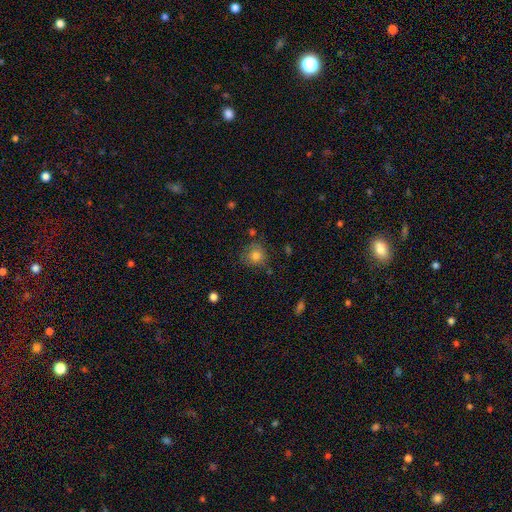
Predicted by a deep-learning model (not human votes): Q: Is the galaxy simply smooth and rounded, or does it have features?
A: smooth — 81%.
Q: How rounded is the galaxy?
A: round — 87%.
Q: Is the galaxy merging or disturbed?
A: none — 75%.